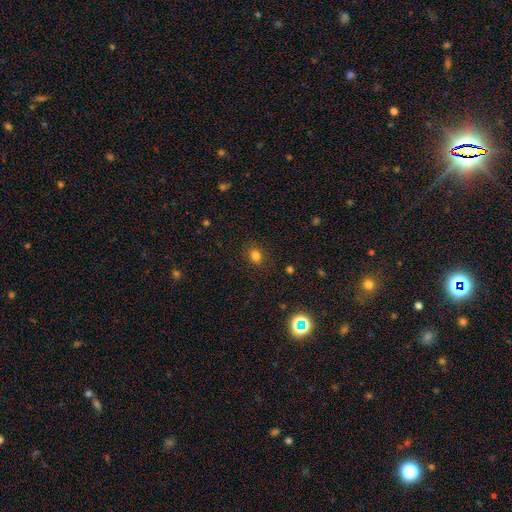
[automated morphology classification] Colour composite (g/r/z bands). It shows a smooth galaxy with no disk features (79%) that is round (57%). Merging: none (86%).